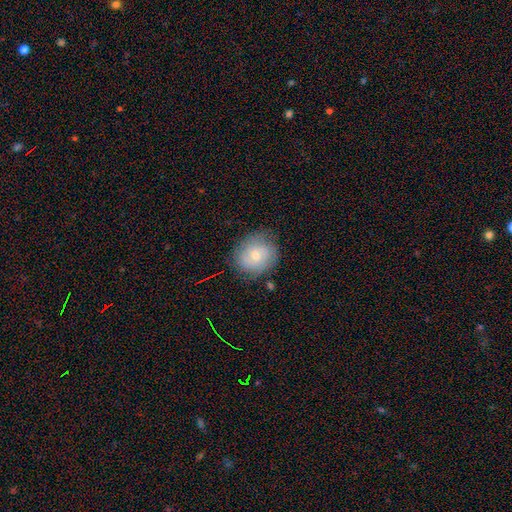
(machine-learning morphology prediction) Q: Smooth or featured?
A: smooth (56%); runner-up: featured or disk (36%)
Q: How rounded?
A: round (75%); runner-up: in between (24%)
Q: Merging?
A: none (75%); runner-up: minor disturbance (18%)